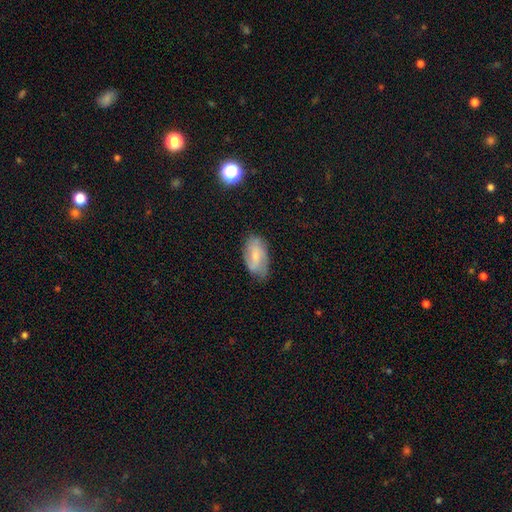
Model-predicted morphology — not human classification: Smooth or featured? Predicted: smooth (p=0.48). Merging? Predicted: none (p=0.63).